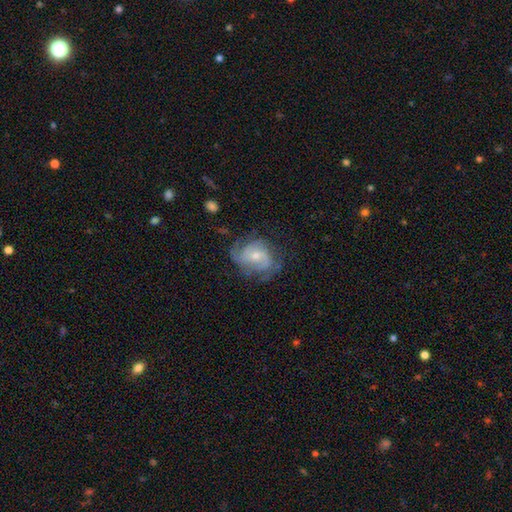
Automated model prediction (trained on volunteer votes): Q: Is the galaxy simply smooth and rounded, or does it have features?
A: featured or disk — 76%.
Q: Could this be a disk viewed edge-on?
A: no — 97%.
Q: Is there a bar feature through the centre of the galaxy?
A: no — 58%.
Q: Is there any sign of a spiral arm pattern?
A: yes — 92%.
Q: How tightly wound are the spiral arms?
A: medium — 44%.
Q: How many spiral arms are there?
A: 2 — 41%.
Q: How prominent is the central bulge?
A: small — 49%.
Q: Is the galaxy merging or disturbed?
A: none — 59%.